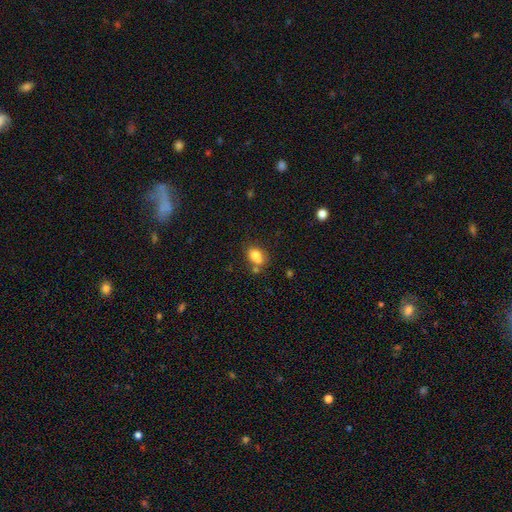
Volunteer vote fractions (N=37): Smooth or featured?
  - smooth: 84% *
  - featured or disk: 16%
  - star or artifact: 0%
How rounded?
  - in between: 65% *
  - round: 35%
  - cigar-shaped: 0%
Merging?
  - merger: 35% *
  - minor disturbance: 32%
  - none: 30%
  - major disturbance: 3%